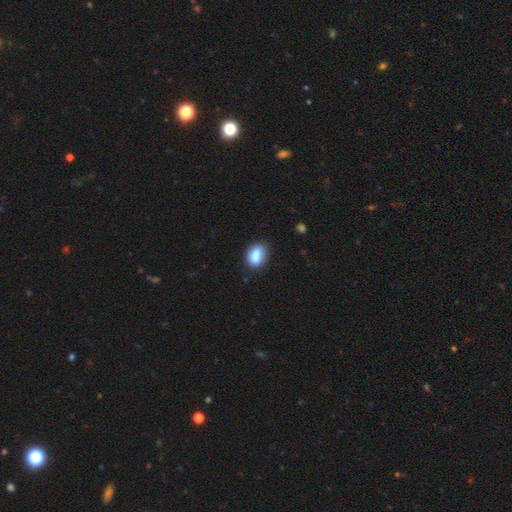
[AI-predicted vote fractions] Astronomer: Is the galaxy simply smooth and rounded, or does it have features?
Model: smooth — 83%.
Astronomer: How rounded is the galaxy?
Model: in between — 79%.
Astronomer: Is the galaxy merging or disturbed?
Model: none — 68%.